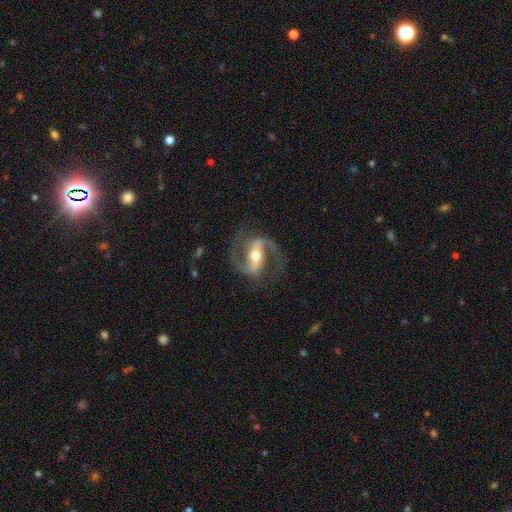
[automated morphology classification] A featured or disk galaxy (92%) with a strong bar (55%), 2 (94%) medium (61%) spiral arms (98%) and a moderate central bulge (68%).

Vote fractions:
- Smooth or featured? featured or disk: 92% / star or artifact: 4% / smooth: 4%
- Edge-on disk? no: 97% / yes: 3%
- Bar? strong: 55% / weak: 30% / no: 15%
- Spiral arms? yes: 98% / no: 2%
- Spiral winding? medium: 61% / loose: 25% / tight: 14%
- Spiral arm count? 2: 94% / 1: 2% / can't tell: 2% / 3: 1% / 4: 1% / more than 4: 1%
- Bulge size? moderate: 68% / small: 24% / large: 6% / none: 1% / dominant: 1%
- Merging? none: 80% / minor disturbance: 12% / major disturbance: 7% / merger: 1%